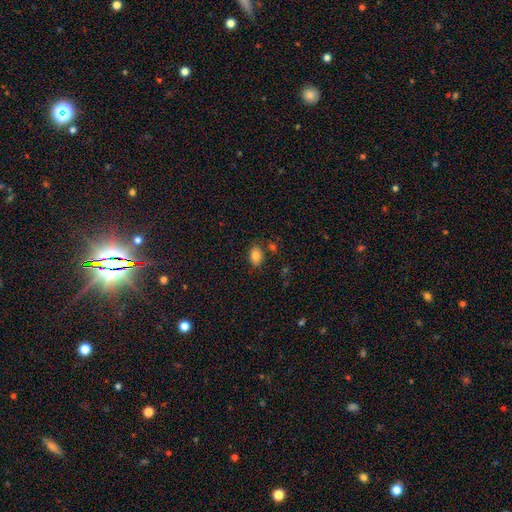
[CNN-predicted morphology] smooth_or_featured: smooth (p=0.84) [alt: star or artifact p=0.10]
how_rounded: in between (p=0.83) [alt: round p=0.16]
merging: none (p=0.76) [alt: minor disturbance p=0.15]